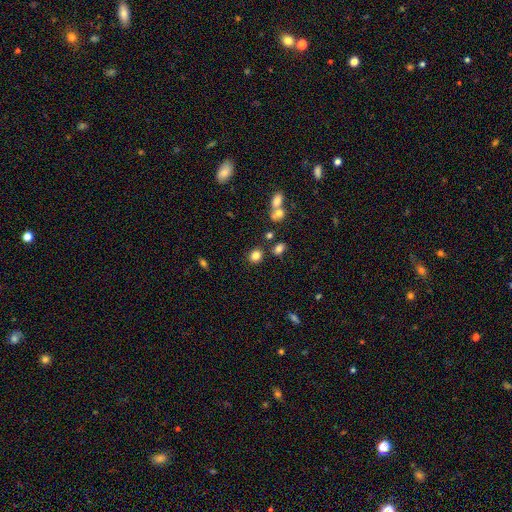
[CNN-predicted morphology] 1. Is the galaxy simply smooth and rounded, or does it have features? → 82% smooth, 12% star or artifact, 6% featured or disk.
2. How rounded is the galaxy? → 76% round, 23% in between, 1% cigar-shaped.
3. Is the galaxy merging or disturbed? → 80% none, 9% minor disturbance, 8% merger, 3% major disturbance.